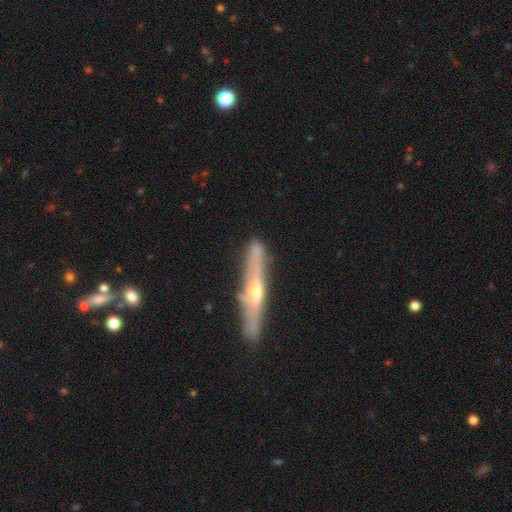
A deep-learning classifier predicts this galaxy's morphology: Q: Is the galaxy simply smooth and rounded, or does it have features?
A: featured or disk — 58%.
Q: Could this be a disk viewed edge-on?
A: yes — 85%.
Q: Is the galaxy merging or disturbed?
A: none — 64%.